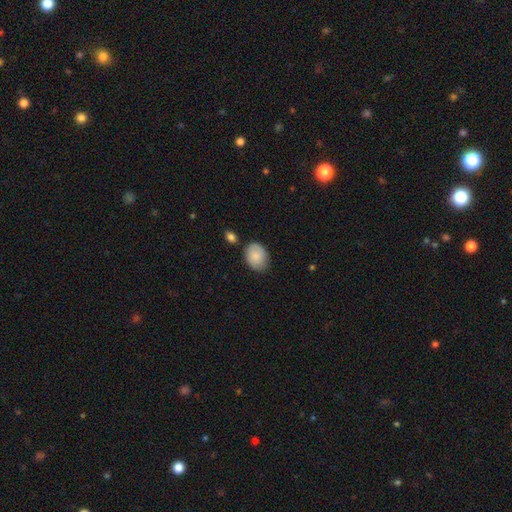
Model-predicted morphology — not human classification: This appears to be a smooth galaxy with no disk features (85%) that is in between round and cigar-shaped (69%). Merging: none (73%).